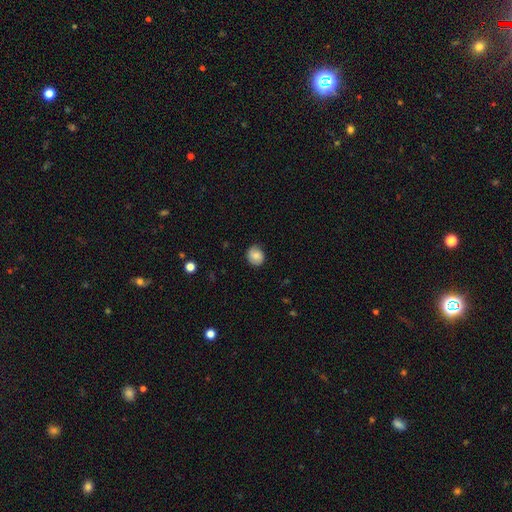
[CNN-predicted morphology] Smooth or featured: smooth — 79% (featured or disk — 13%)
How rounded: round — 73% (in between — 26%)
Merging: none — 78% (minor disturbance — 17%)